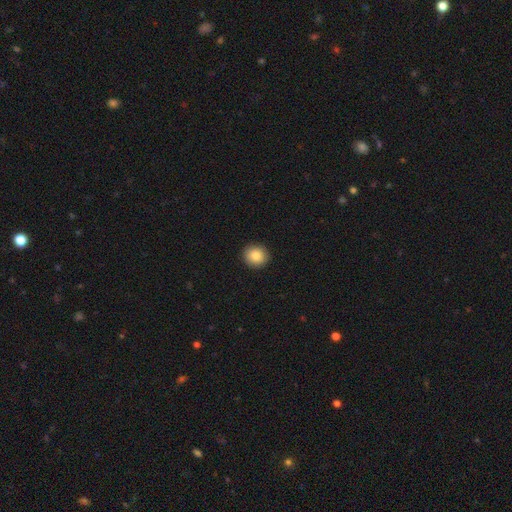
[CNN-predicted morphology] Q: Smooth or featured?
A: smooth (85%); runner-up: star or artifact (8%)
Q: How rounded?
A: round (87%); runner-up: in between (12%)
Q: Merging?
A: none (92%); runner-up: minor disturbance (6%)